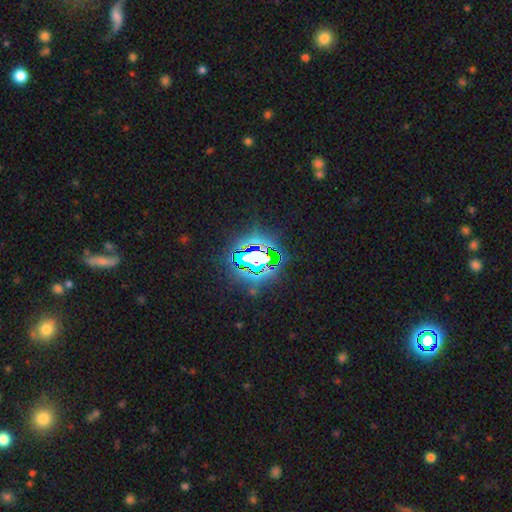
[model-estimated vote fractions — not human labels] smooth_or_featured: star or artifact (p=0.76) [alt: smooth p=0.12]